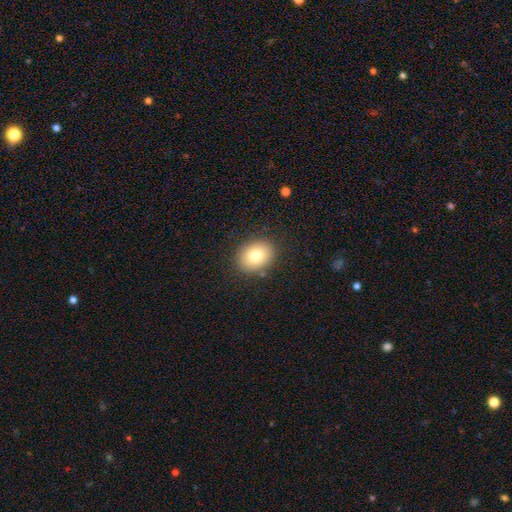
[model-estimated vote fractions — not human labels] Smooth or featured: smooth — 79% (featured or disk — 11%)
How rounded: in between — 58% (round — 41%)
Merging: none — 87% (minor disturbance — 9%)